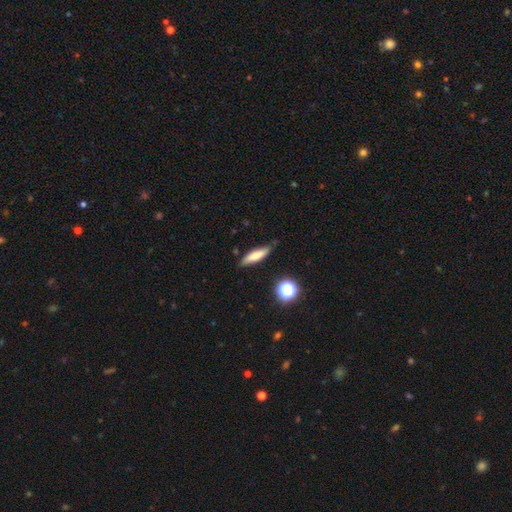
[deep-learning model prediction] The model was most divided on "how rounded": cigar-shaped: 67%, in between: 30%, round: 3%. More confident: merging — none (78%); smooth or featured — smooth (69%).